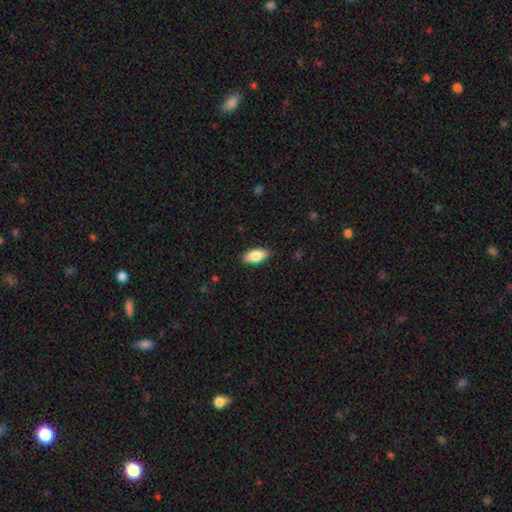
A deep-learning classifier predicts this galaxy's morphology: A smooth galaxy with no disk features (83%) that is in between round and cigar-shaped (89%).

Vote fractions:
- Smooth or featured? smooth: 83% / featured or disk: 10% / star or artifact: 6%
- How rounded? in between: 89% / cigar-shaped: 8% / round: 3%
- Merging? none: 87% / minor disturbance: 10% / major disturbance: 2% / merger: 1%